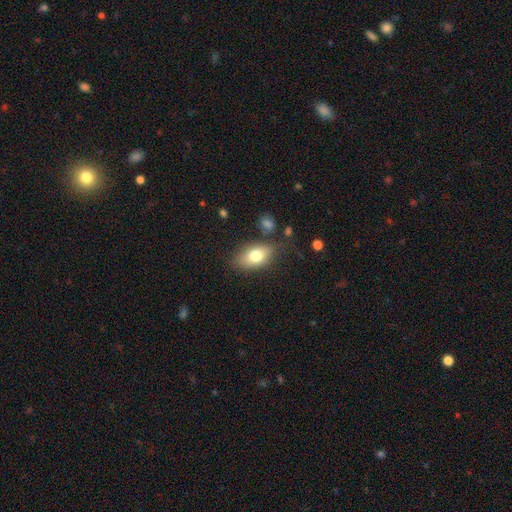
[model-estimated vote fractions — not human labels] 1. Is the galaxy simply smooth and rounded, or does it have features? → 75% smooth, 17% featured or disk, 8% star or artifact.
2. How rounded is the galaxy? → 89% in between, 7% round, 4% cigar-shaped.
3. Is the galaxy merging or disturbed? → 73% none, 17% minor disturbance, 5% major disturbance, 4% merger.